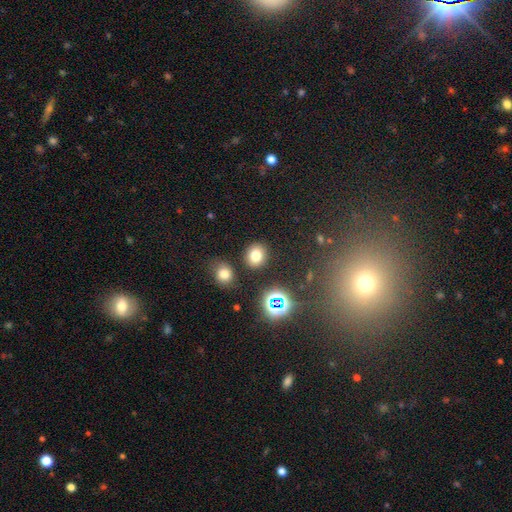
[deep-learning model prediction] Smooth or featured? smooth (76%)
How rounded? round (67%)
Merging? none (84%)